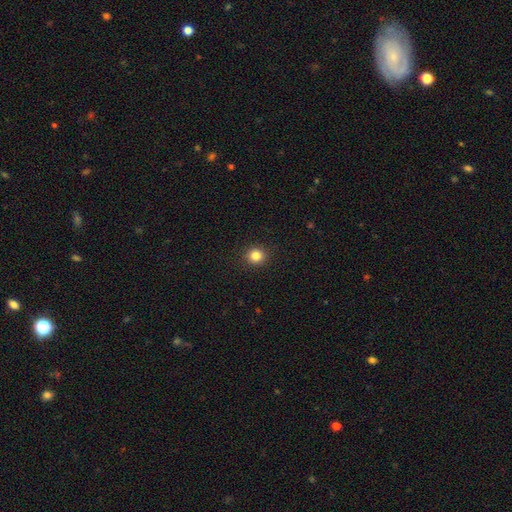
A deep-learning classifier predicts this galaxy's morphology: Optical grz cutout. It shows a smooth galaxy with no disk features (84%) that is round (89%). Merging: none (92%).